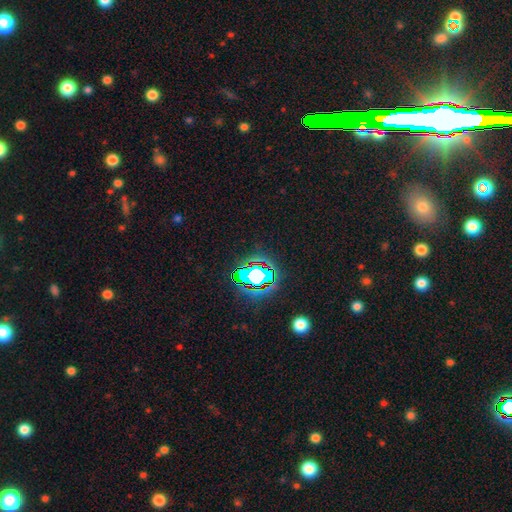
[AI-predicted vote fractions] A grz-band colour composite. It shows a star or artifact, not a galaxy (80%).